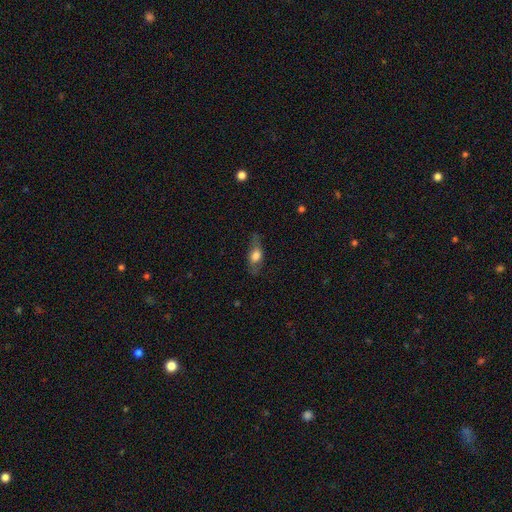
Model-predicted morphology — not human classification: Smooth or featured? Predicted: smooth (p=0.58). How rounded? Predicted: in between (p=0.66). Merging? Predicted: none (p=0.64).